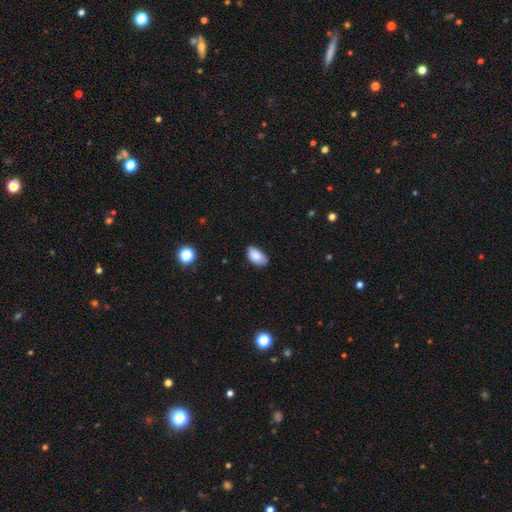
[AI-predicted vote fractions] smooth-or-featured: smooth: 86% | star or artifact: 8% | featured or disk: 6%
  how-rounded: in between: 94% | round: 5% | cigar-shaped: 2%
  merging: none: 68% | minor disturbance: 27% | major disturbance: 4% | merger: 1%